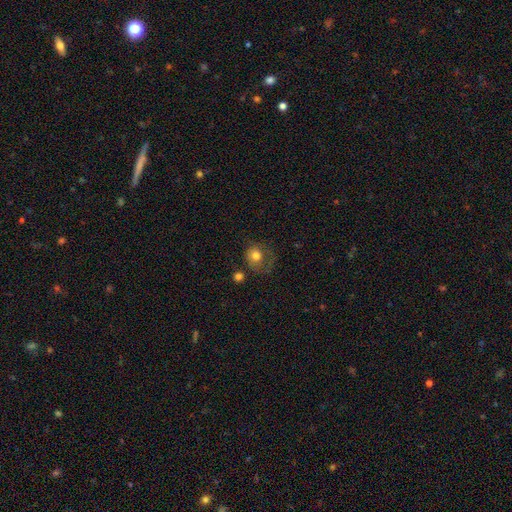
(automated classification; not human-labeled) Overall: smooth (73%). How rounded: round (72%). Merging: none (47%; minor disturbance 24%).